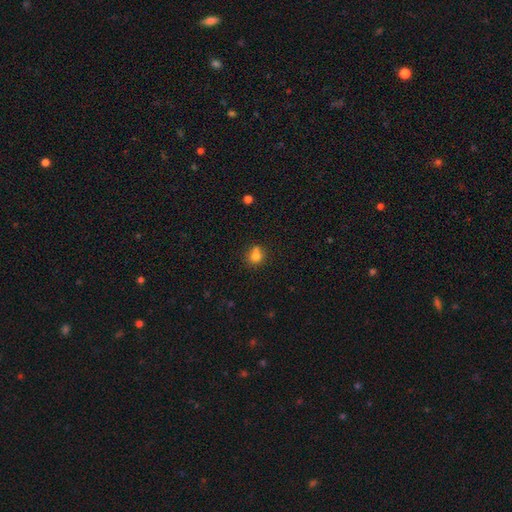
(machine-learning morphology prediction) smooth-or-featured: smooth: 77% | star or artifact: 13% | featured or disk: 11%
  how-rounded: round: 77% | in between: 22% | cigar-shaped: 1%
  merging: none: 54% | merger: 23% | minor disturbance: 17% | major disturbance: 6%